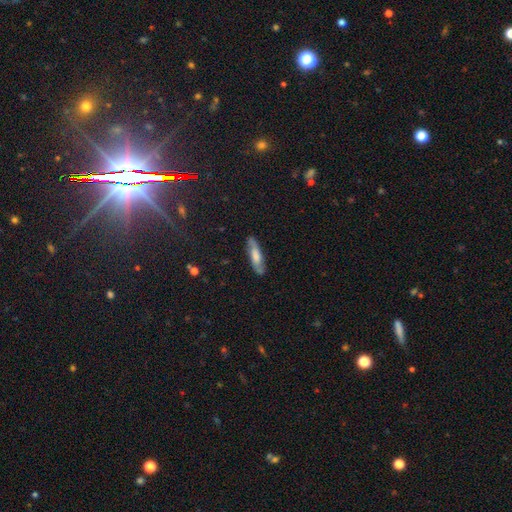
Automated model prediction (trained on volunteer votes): Overall: smooth (49%; featured or disk 44%). Merging: none (83%).